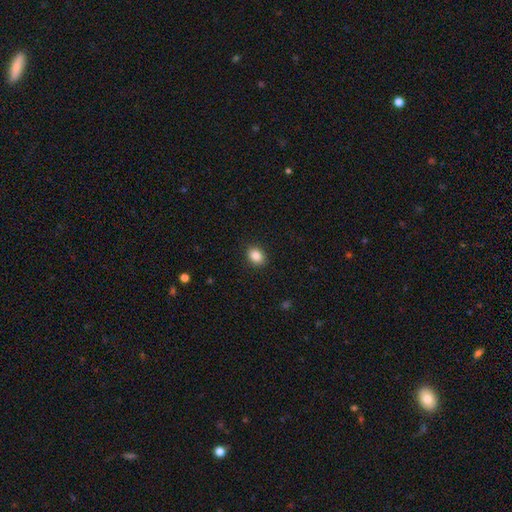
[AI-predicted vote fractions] smooth 87%, star or artifact 9%, featured or disk 4%. Down the decision tree: how rounded — in between (64%); merging — none (90%).